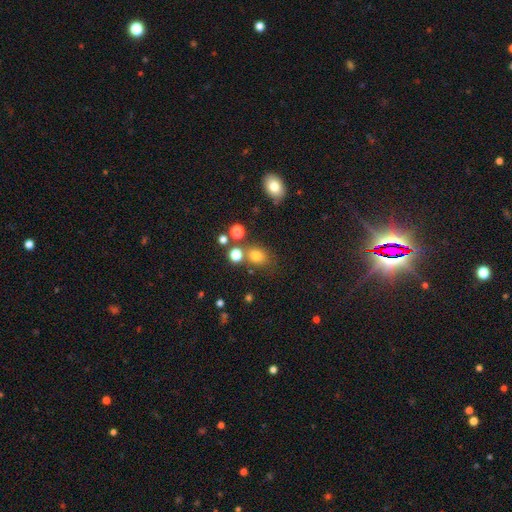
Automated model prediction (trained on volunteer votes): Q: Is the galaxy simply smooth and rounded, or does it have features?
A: smooth — 76%.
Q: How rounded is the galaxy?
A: round — 61%.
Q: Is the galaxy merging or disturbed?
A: none — 65%.